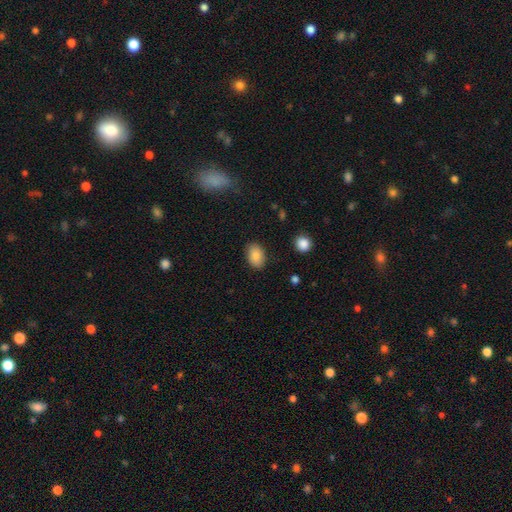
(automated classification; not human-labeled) Morphology: type=smooth (86%); roundness=in between (84%); merging=none (86%).